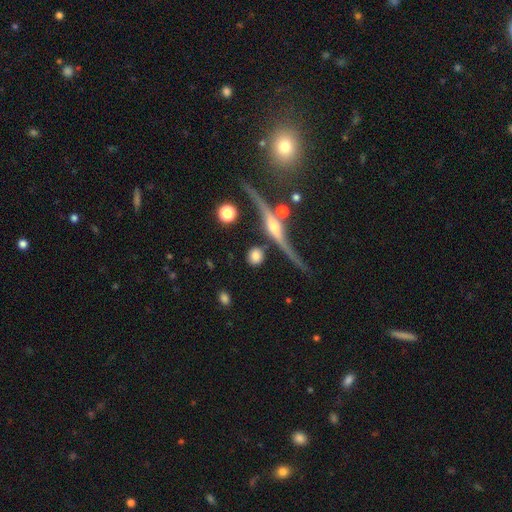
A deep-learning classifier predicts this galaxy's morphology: Smooth or featured? smooth (63%)
How rounded? round (81%)
Merging? none (82%)